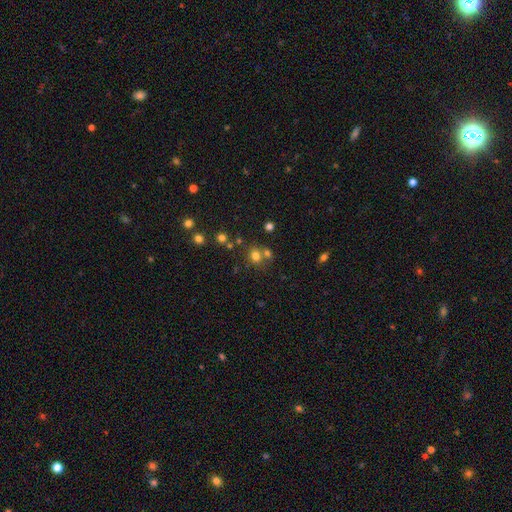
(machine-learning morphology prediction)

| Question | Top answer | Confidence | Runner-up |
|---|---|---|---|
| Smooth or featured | smooth | 73% | star or artifact (18%) |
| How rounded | round | 71% | in between (28%) |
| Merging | none | 59% | merger (27%) |